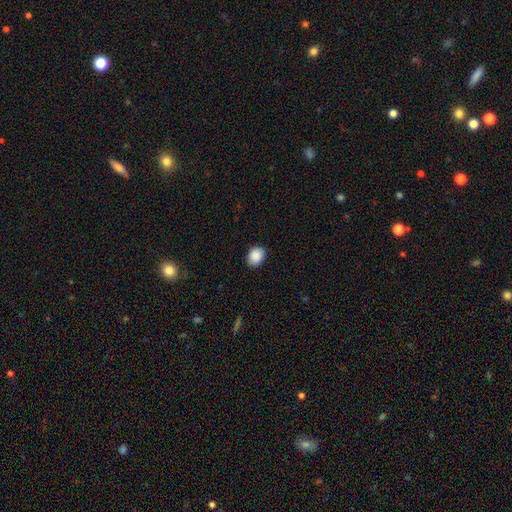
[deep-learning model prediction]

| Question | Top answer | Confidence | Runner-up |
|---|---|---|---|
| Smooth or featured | smooth | 89% | star or artifact (8%) |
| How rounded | in between | 51% | round (49%) |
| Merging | none | 87% | minor disturbance (10%) |